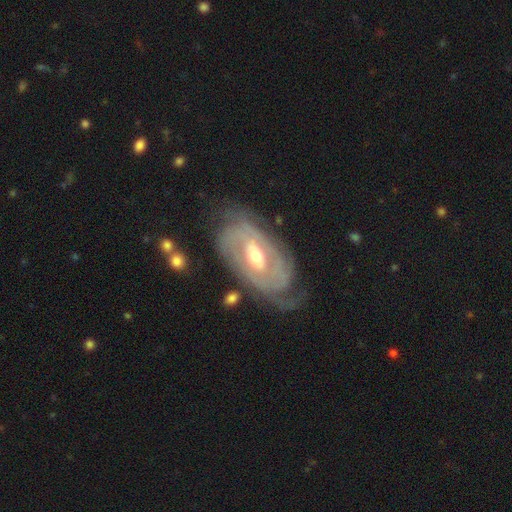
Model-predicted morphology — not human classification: Smooth or featured?
  - featured or disk: 86% *
  - smooth: 9%
  - star or artifact: 5%
Edge-on disk?
  - no: 94% *
  - yes: 6%
Bar?
  - weak: 47% *
  - no: 29%
  - strong: 24%
Spiral arms?
  - yes: 93% *
  - no: 7%
Spiral winding?
  - tight: 72% *
  - medium: 22%
  - loose: 6%
Spiral arm count?
  - can't tell: 35% *
  - 2: 34%
  - 3: 15%
  - 4: 6%
  - 1: 5%
  - more than 4: 4%
Bulge size?
  - moderate: 66% *
  - small: 28%
  - large: 4%
  - none: 1%
  - dominant: 1%
Merging?
  - none: 67% *
  - minor disturbance: 21%
  - major disturbance: 10%
  - merger: 2%